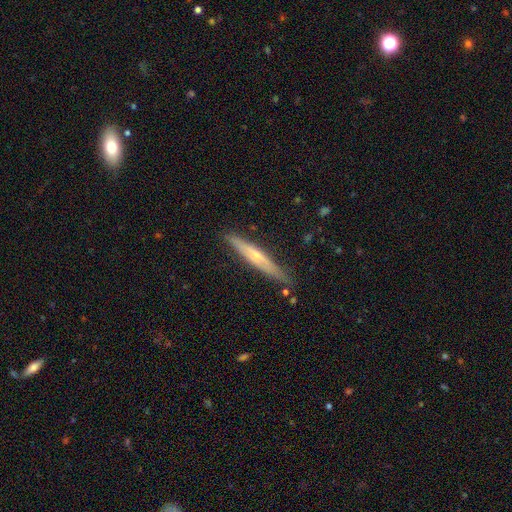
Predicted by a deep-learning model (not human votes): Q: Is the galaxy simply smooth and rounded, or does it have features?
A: featured or disk — 56%.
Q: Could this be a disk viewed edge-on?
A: yes — 93%.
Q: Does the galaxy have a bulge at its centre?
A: rounded — 67%.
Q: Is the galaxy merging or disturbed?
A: none — 85%.